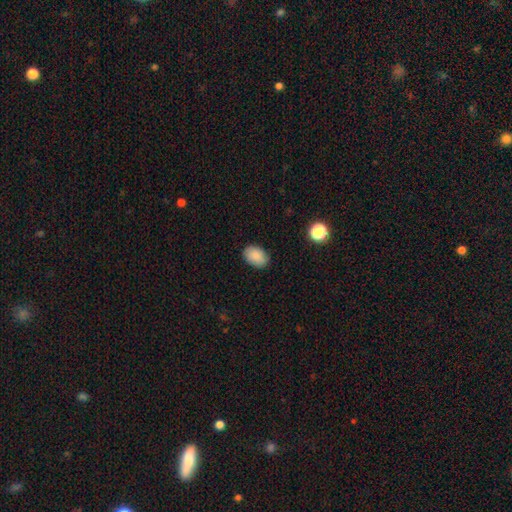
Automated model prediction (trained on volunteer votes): Smooth or featured: smooth — 88% (star or artifact — 8%)
How rounded: in between — 84% (round — 15%)
Merging: none — 86% (minor disturbance — 10%)